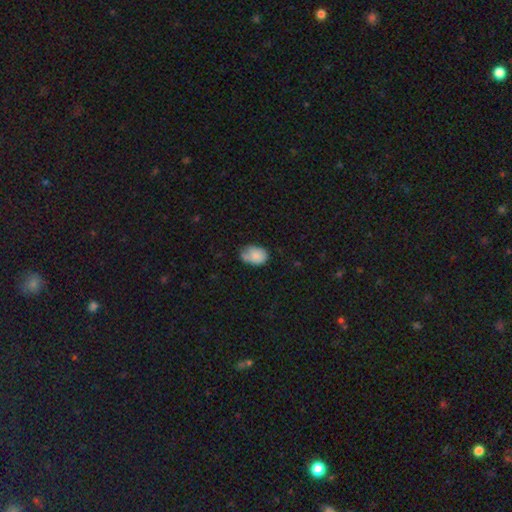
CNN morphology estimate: smooth-or-featured: smooth: 79% | featured or disk: 12% | star or artifact: 9%
  how-rounded: in between: 74% | round: 25% | cigar-shaped: 1%
  merging: none: 44% | minor disturbance: 36% | major disturbance: 11% | merger: 9%